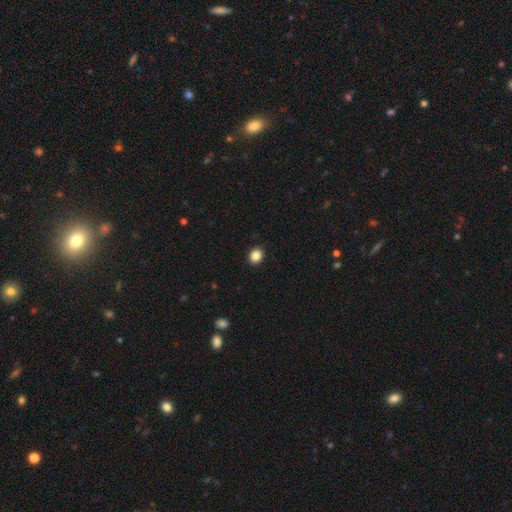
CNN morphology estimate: The model was most divided on "how rounded": round: 66%, in between: 33%, cigar-shaped: 1%. More confident: merging — none (91%); smooth or featured — smooth (86%).